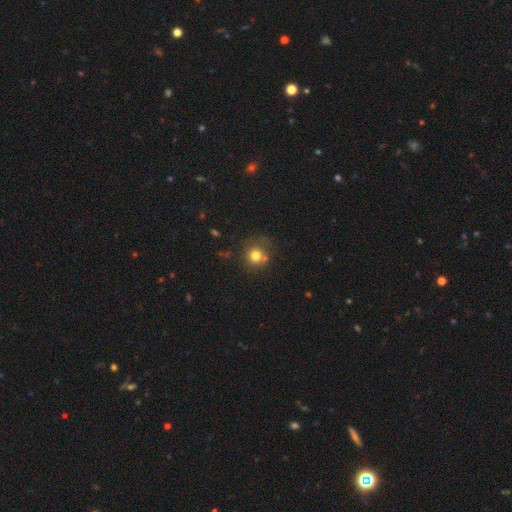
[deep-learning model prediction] Smooth or featured? Predicted: smooth (p=0.76). How rounded? Predicted: round (p=0.89). Merging? Predicted: none (p=0.61).